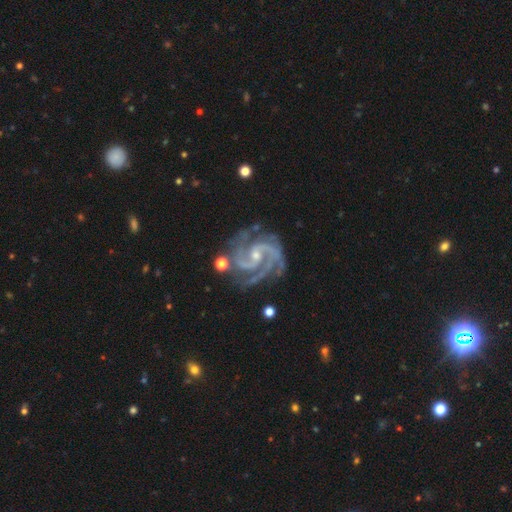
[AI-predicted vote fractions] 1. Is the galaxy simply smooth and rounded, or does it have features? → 94% featured or disk, 4% star or artifact, 2% smooth.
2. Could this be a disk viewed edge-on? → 98% no, 2% yes.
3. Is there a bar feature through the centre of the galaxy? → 45% no, 38% weak, 17% strong.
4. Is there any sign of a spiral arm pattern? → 99% yes, 1% no.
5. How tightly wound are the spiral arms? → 50% medium, 44% tight, 6% loose.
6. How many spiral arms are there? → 41% 2, 36% 3, 9% 4, 5% can't tell, 4% more than 4, 4% 1.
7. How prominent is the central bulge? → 71% small, 25% moderate, 3% none, 1% large, 1% dominant.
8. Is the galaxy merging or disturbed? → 70% none, 19% minor disturbance, 8% major disturbance, 3% merger.